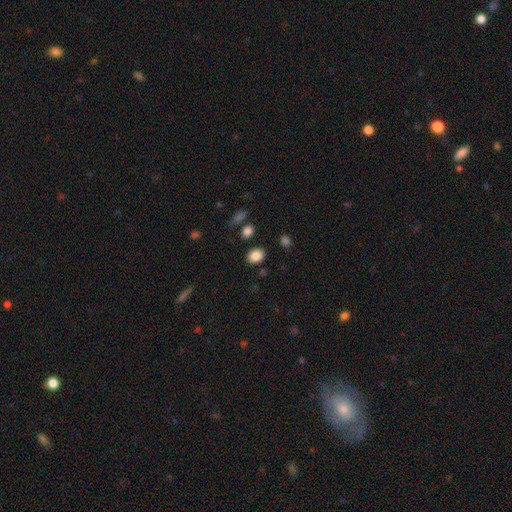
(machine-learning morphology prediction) Smooth or featured: smooth — 86% (star or artifact — 10%)
How rounded: in between — 53% (round — 46%)
Merging: none — 84% (minor disturbance — 9%)